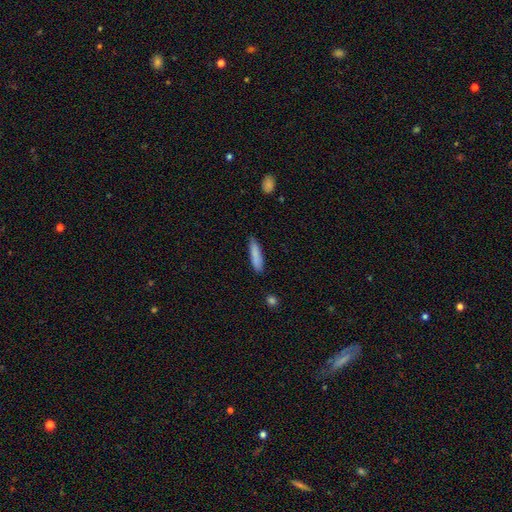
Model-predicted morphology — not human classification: Overall: smooth (85%). How rounded: cigar-shaped (73%). Merging: none (82%).